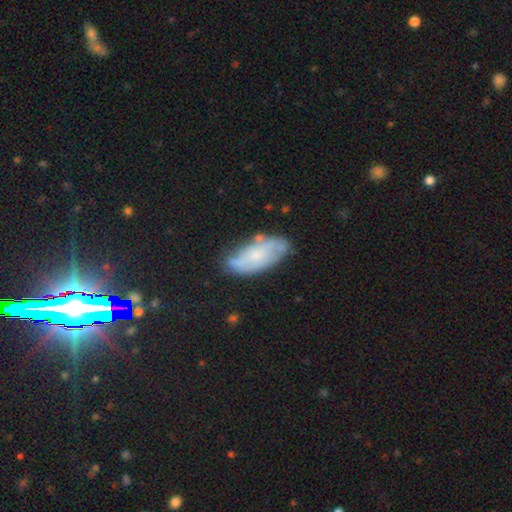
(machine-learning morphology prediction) smooth_or_featured: featured or disk (p=0.45) [tied with: smooth p=0.45]
merging: none (p=0.64) [alt: minor disturbance p=0.25]